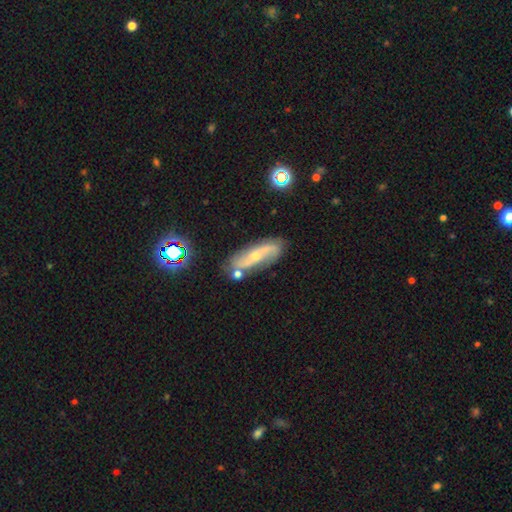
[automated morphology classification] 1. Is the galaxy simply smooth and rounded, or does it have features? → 69% featured or disk, 21% smooth, 10% star or artifact.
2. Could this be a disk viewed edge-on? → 81% no, 19% yes.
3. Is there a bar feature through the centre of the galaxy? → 53% no, 32% weak, 15% strong.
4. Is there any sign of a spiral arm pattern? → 90% yes, 10% no.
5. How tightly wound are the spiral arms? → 51% loose, 33% medium, 16% tight.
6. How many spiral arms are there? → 85% 2, 9% can't tell, 2% 1, 2% 3, 1% 4, 1% more than 4.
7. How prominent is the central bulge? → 59% small, 36% moderate, 3% none, 2% large, 1% dominant.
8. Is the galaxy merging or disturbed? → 73% none, 15% minor disturbance, 7% merger, 4% major disturbance.